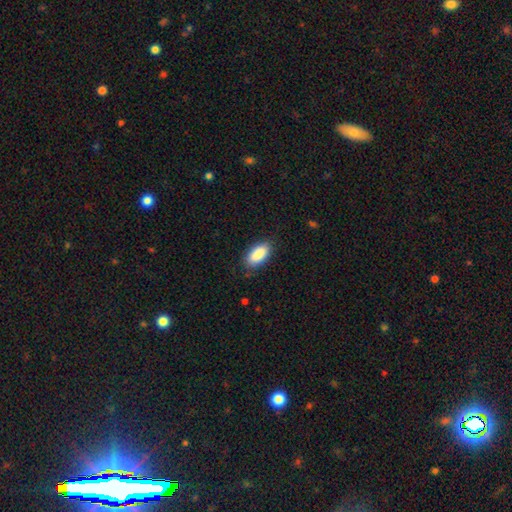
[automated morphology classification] This appears to be a smooth galaxy with no disk features (89%) that is in between round and cigar-shaped (92%). Merging: none (83%).